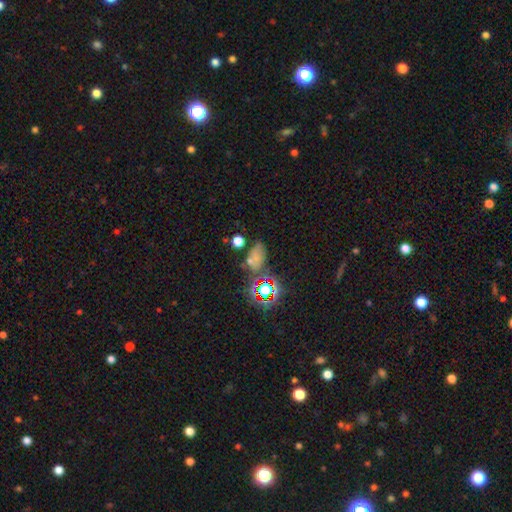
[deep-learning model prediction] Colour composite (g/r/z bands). It shows a star or artifact, not a galaxy (55%).